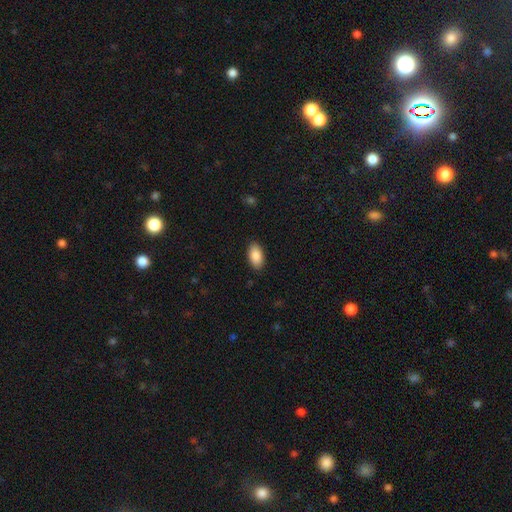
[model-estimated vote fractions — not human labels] A smooth galaxy with no disk features (90%) that is in between round and cigar-shaped (94%). Merging: none (88%).